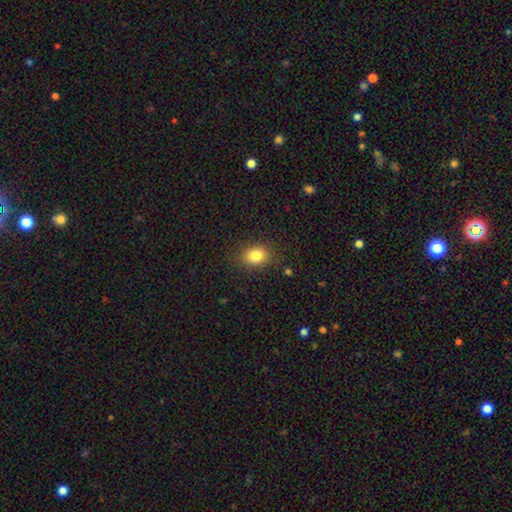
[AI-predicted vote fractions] Smooth or featured: smooth — 83% (star or artifact — 10%)
How rounded: in between — 60% (round — 39%)
Merging: none — 85% (minor disturbance — 10%)